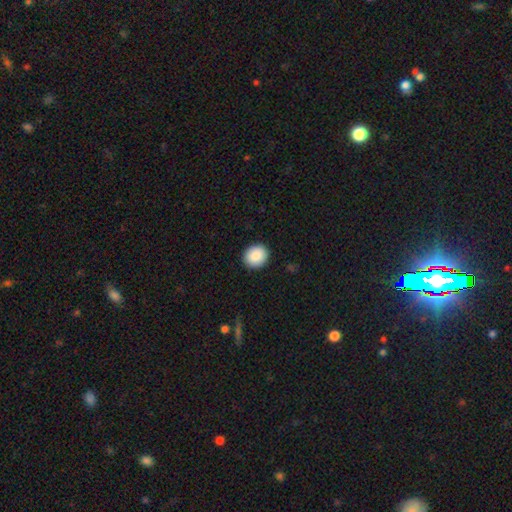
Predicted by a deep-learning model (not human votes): smooth-or-featured: smooth: 88% | star or artifact: 7% | featured or disk: 4%
  how-rounded: round: 68% | in between: 31% | cigar-shaped: 1%
  merging: none: 91% | minor disturbance: 6% | major disturbance: 2% | merger: 1%